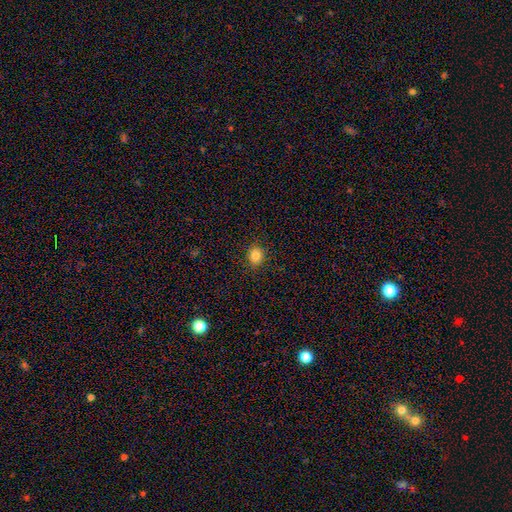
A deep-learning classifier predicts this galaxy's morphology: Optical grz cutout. It shows a smooth galaxy with no disk features (83%) that is round (58%). Merging: none (88%).